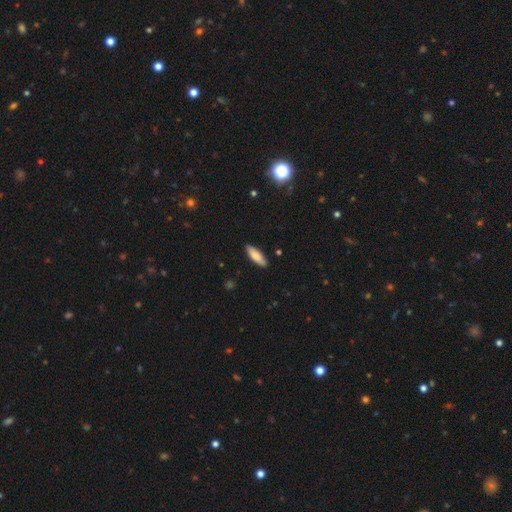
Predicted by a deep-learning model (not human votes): smooth-or-featured: smooth: 81% | featured or disk: 13% | star or artifact: 6%
  how-rounded: in between: 52% | cigar-shaped: 47% | round: 2%
  merging: none: 87% | minor disturbance: 10% | major disturbance: 2% | merger: 1%